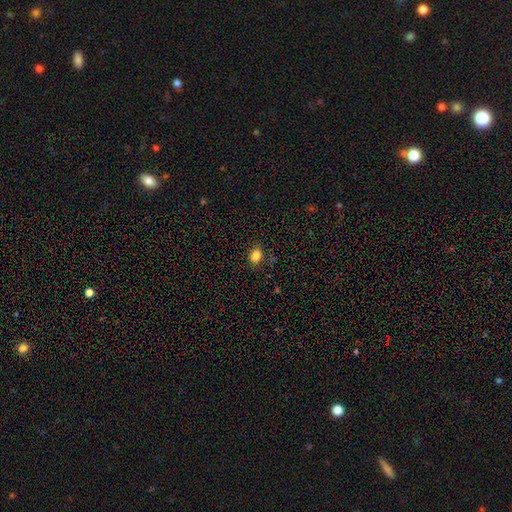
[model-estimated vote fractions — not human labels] smooth 84%, star or artifact 11%, featured or disk 5%. Down the decision tree: how rounded — in between (67%); merging — none (84%).